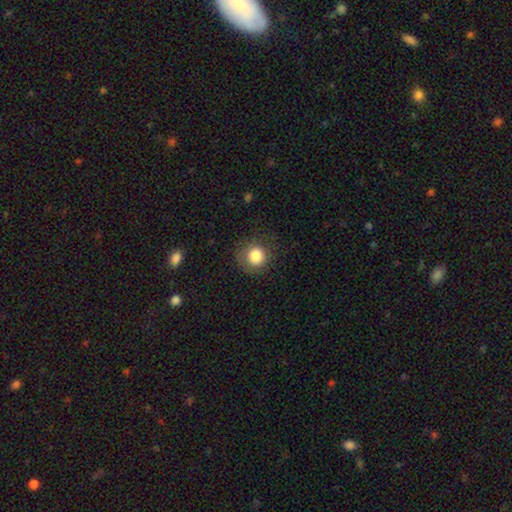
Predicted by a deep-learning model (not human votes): The model was most divided on "merging": none: 79%, minor disturbance: 13%, major disturbance: 6%, merger: 1%. More confident: how rounded — round (91%); smooth or featured — smooth (84%).